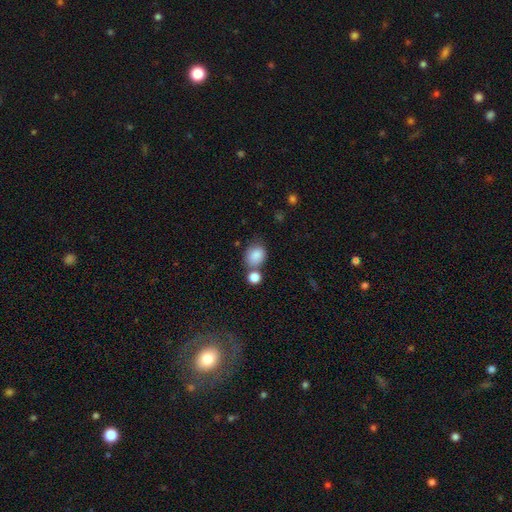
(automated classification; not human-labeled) This appears to be a smooth galaxy with no disk features (86%) that is round (58%). Merging: none (55%).